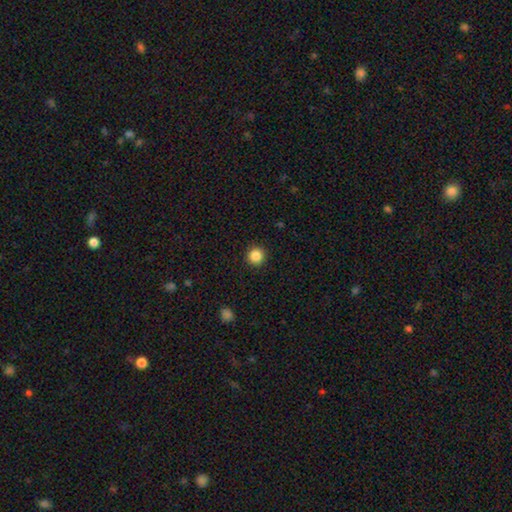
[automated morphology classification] This appears to be a smooth galaxy with no disk features (86%) that is round (95%). Merging: none (92%).